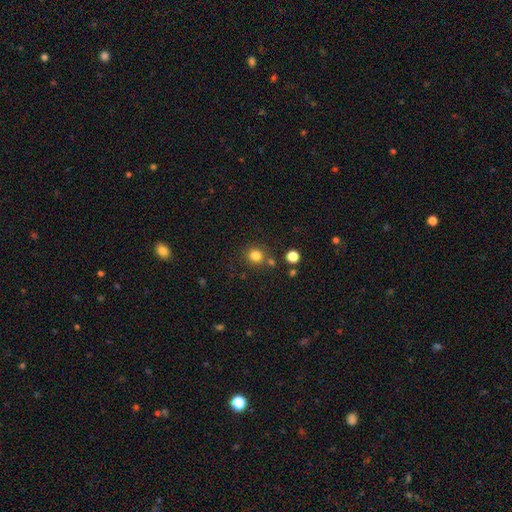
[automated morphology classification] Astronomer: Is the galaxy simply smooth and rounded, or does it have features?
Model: smooth — 82%.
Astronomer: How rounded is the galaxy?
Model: round — 88%.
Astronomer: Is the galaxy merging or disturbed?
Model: none — 77%.